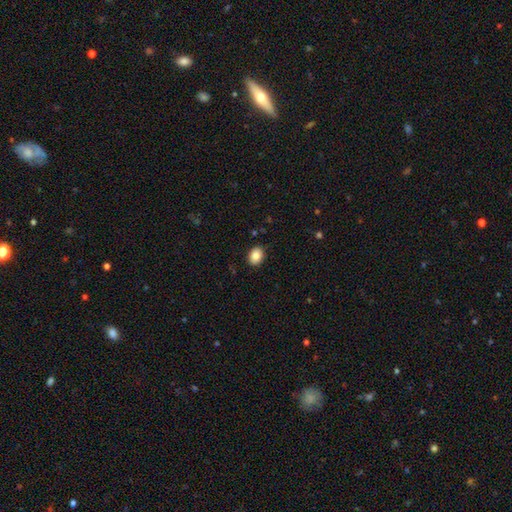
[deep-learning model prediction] A smooth galaxy with no disk features (87%) that is in between round and cigar-shaped (66%).

Vote fractions:
- Smooth or featured? smooth: 87% / star or artifact: 8% / featured or disk: 5%
- How rounded? in between: 66% / round: 33% / cigar-shaped: 1%
- Merging? none: 89% / minor disturbance: 8% / major disturbance: 2% / merger: 1%